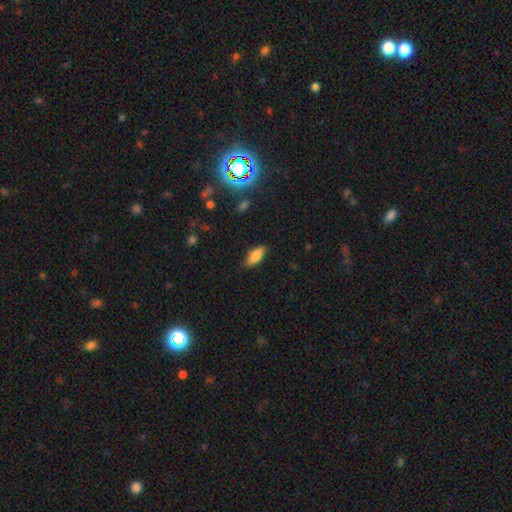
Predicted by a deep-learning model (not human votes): Smooth or featured?
  - smooth: 82% *
  - featured or disk: 10%
  - star or artifact: 8%
How rounded?
  - in between: 84% *
  - cigar-shaped: 14%
  - round: 2%
Merging?
  - none: 81% *
  - minor disturbance: 15%
  - major disturbance: 3%
  - merger: 1%